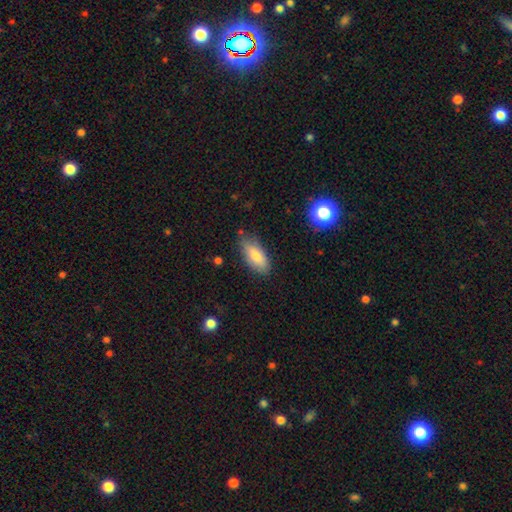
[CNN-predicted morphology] A smooth galaxy with no disk features (77%) that is in between round and cigar-shaped (83%).

Vote fractions:
- Smooth or featured? smooth: 77% / featured or disk: 16% / star or artifact: 7%
- How rounded? in between: 83% / cigar-shaped: 15% / round: 2%
- Merging? none: 76% / minor disturbance: 19% / major disturbance: 3% / merger: 2%